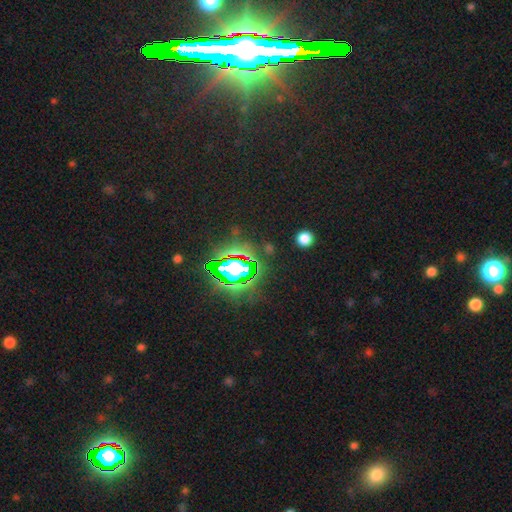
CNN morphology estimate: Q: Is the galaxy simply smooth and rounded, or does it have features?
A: star or artifact — 82%.